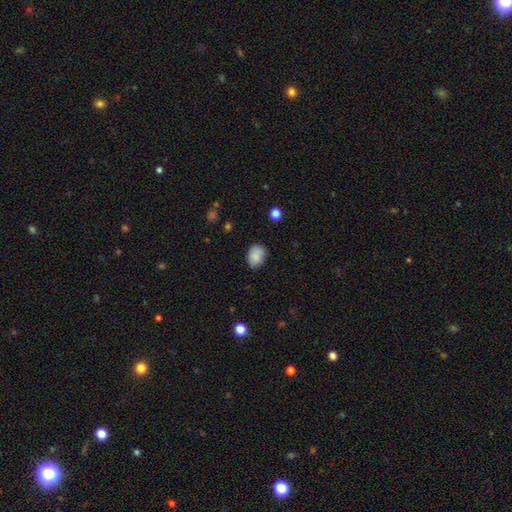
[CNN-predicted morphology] Overall: smooth (86%). How rounded: in between (67%; round 33%). Merging: none (77%).